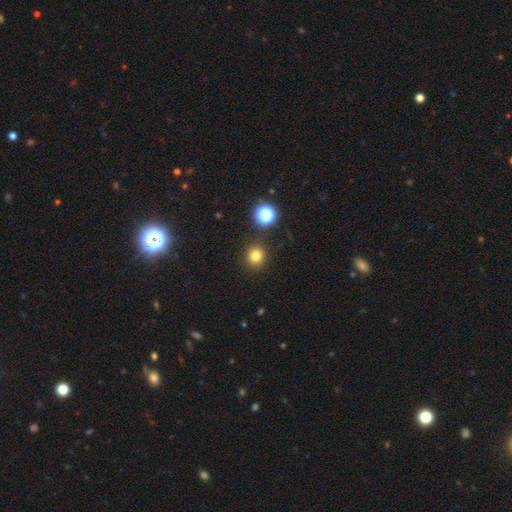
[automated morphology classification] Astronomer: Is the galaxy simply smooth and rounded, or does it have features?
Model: smooth — 78%.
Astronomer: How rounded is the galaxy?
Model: round — 88%.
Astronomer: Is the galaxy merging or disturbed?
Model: none — 88%.